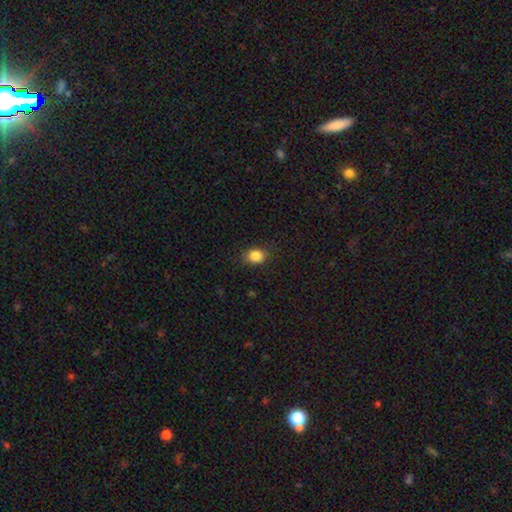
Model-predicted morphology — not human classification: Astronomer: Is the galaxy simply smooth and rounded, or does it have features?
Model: smooth — 85%.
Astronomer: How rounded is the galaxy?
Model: in between — 52% (runner-up: round, 47%).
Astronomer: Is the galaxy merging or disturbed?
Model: none — 84%.